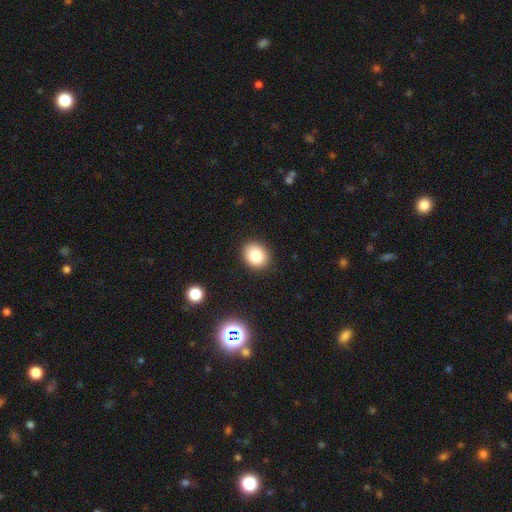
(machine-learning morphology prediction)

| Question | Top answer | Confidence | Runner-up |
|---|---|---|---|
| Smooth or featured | smooth | 85% | star or artifact (10%) |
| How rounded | round | 59% | in between (40%) |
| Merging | none | 89% | minor disturbance (8%) |